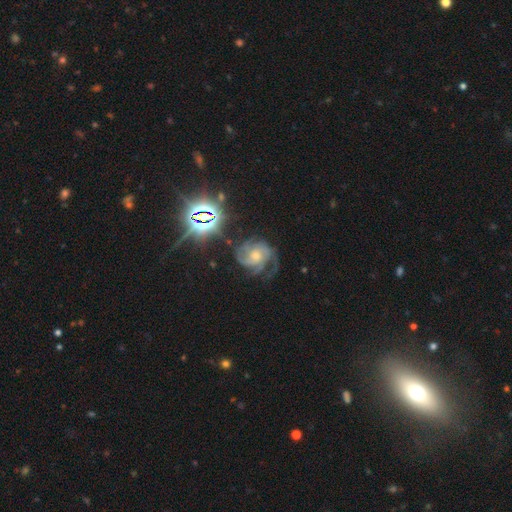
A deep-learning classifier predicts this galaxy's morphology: This is likely a featured or disk galaxy (76%). It is clearly not viewed edge-on (98%). Bar: likely no (68%). Spiral arm pattern: clearly yes (97%). Spiral arm count: marginally 3 (44%). Spiral winding: possibly tight (52%). Central bulge: possibly moderate (55%). Merging: likely none (64%).